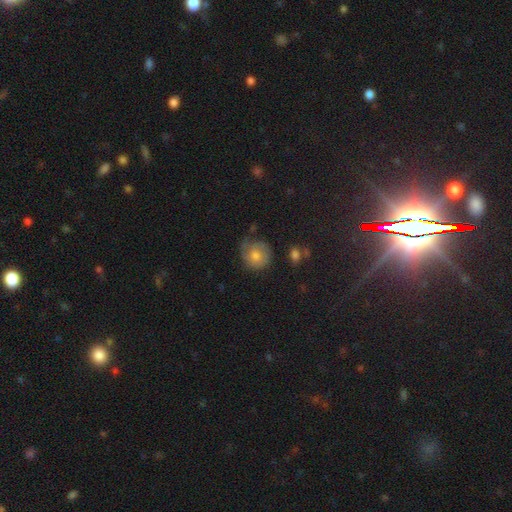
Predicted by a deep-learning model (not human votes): smooth 50%, featured or disk 40%, star or artifact 10%. Down the decision tree: merging — none (57%).